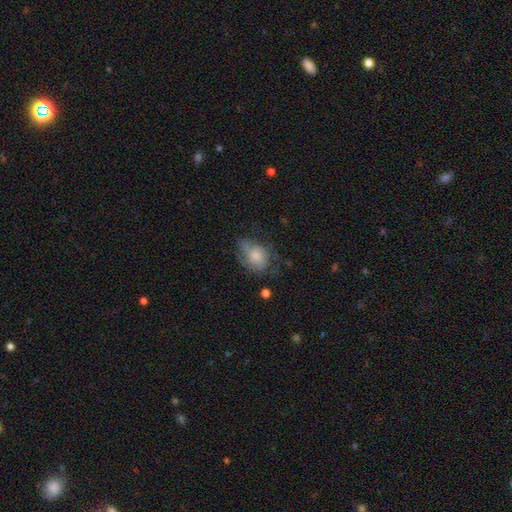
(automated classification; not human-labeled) Overall: smooth (54%; featured or disk 37%). How rounded: in between (69%; round 30%). Merging: none (43%; minor disturbance 29%).